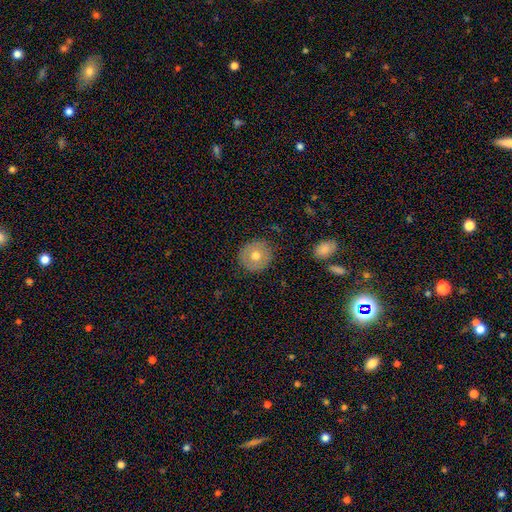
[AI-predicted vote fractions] This is likely a smooth galaxy (67%). How rounded: clearly round (89%). Merging: clearly none (88%).